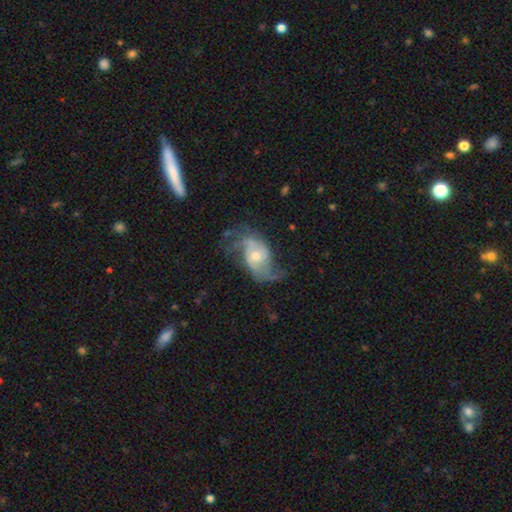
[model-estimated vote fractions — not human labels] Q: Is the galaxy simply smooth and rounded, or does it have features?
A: featured or disk — 84%.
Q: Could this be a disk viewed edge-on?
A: no — 97%.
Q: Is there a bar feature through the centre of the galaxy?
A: no — 63%.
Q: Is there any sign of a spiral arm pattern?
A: yes — 94%.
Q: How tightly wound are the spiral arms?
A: loose — 51%.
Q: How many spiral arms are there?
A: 2 — 68%.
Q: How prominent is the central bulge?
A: moderate — 49%.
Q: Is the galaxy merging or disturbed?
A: none — 56%.